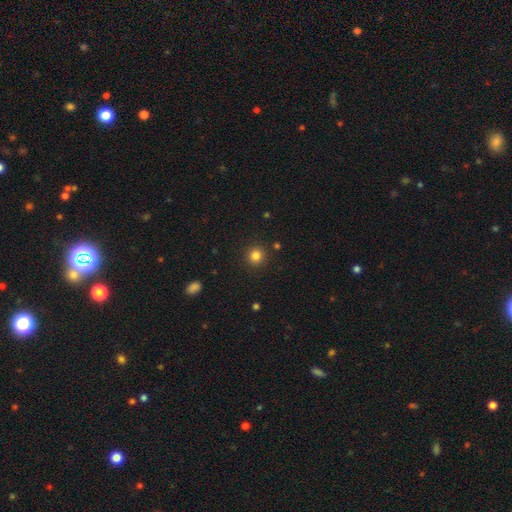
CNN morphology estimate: smooth 83%, star or artifact 13%, featured or disk 4%. Down the decision tree: how rounded — round (93%); merging — none (91%).